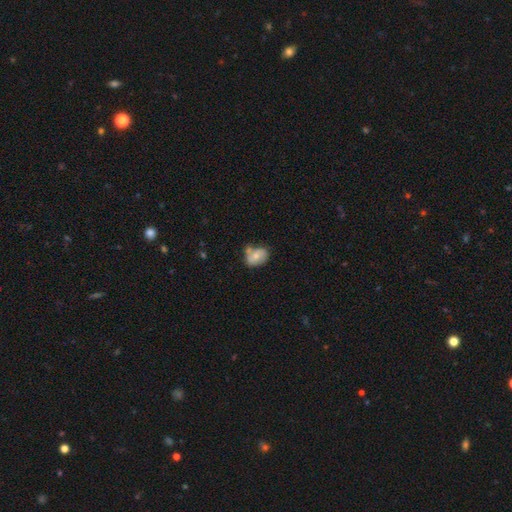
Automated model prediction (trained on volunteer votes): Smooth or featured?
  - smooth: 66% *
  - featured or disk: 26%
  - star or artifact: 8%
How rounded?
  - in between: 76% *
  - round: 22%
  - cigar-shaped: 1%
Merging?
  - none: 46% *
  - merger: 25%
  - minor disturbance: 23%
  - major disturbance: 7%